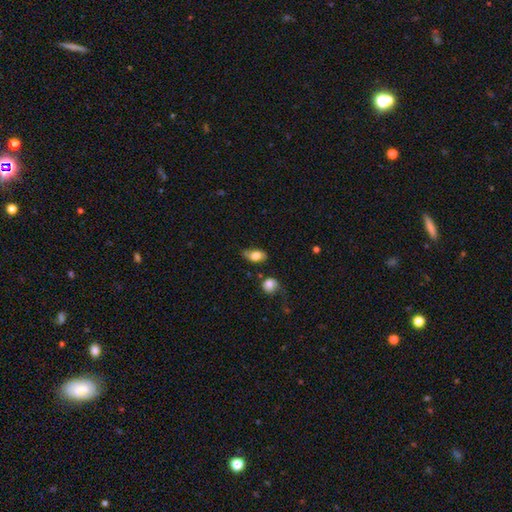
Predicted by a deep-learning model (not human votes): This is likely a smooth galaxy (76%). How rounded: clearly in between (88%). Merging: possibly none (59%).